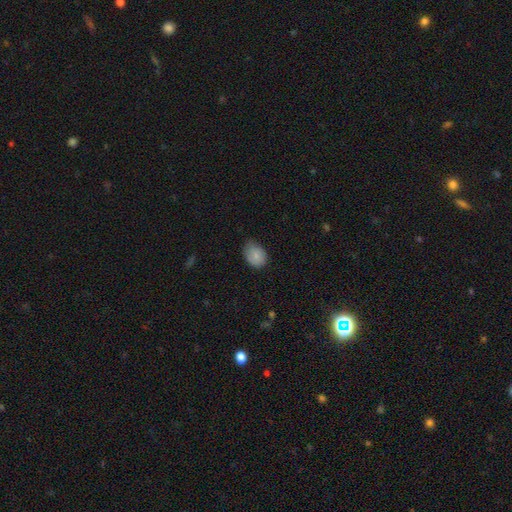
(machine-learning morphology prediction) smooth-or-featured: smooth: 82% | featured or disk: 10% | star or artifact: 7%
  how-rounded: in between: 70% | round: 29% | cigar-shaped: 1%
  merging: none: 60% | minor disturbance: 33% | major disturbance: 5% | merger: 1%